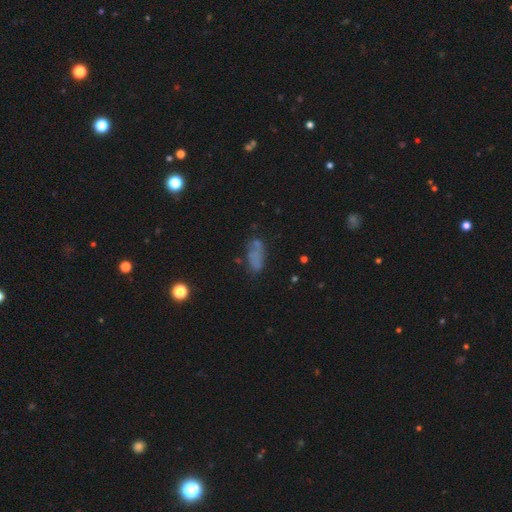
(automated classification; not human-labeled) This is likely a smooth galaxy (61%). How rounded: likely in between (79%). Merging: possibly none (52%).